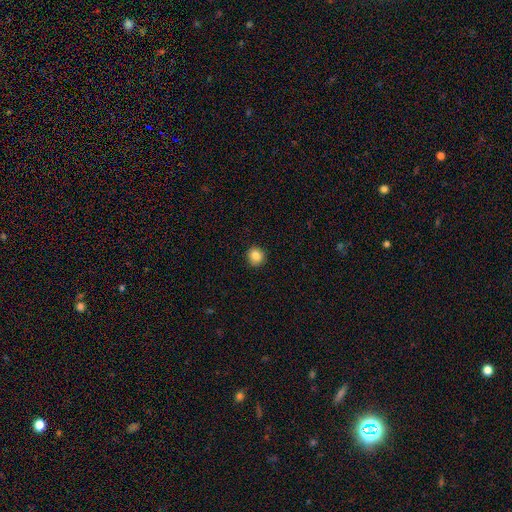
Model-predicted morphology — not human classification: Smooth or featured? Predicted: smooth (p=0.85). How rounded? Predicted: round (p=0.90). Merging? Predicted: none (p=0.92).